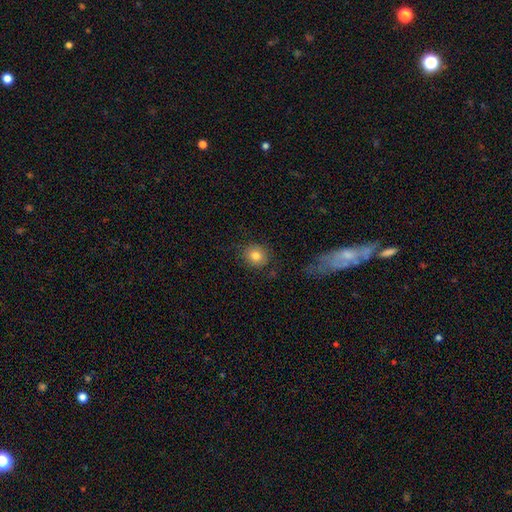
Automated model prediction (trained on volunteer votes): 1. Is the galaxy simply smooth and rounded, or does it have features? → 81% smooth, 10% star or artifact, 9% featured or disk.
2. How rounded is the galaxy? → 79% round, 20% in between, 1% cigar-shaped.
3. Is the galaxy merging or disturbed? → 81% none, 12% minor disturbance, 4% major disturbance, 2% merger.